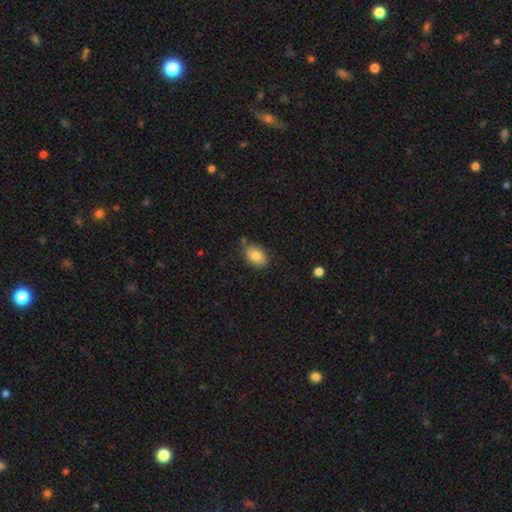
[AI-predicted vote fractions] smooth_or_featured: smooth (p=0.82) [alt: featured or disk p=0.10]
how_rounded: in between (p=0.86) [alt: round p=0.13]
merging: none (p=0.77) [alt: minor disturbance p=0.16]